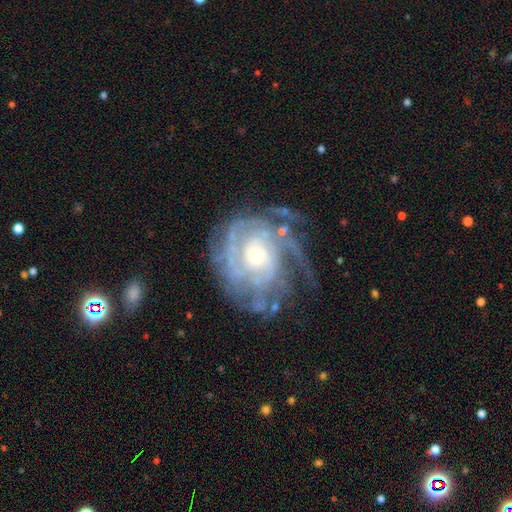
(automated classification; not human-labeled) Smooth or featured?
  - featured or disk: 87% *
  - smooth: 7%
  - star or artifact: 6%
Edge-on disk?
  - no: 97% *
  - yes: 3%
Bar?
  - no: 74% *
  - weak: 21%
  - strong: 6%
Spiral arms?
  - yes: 95% *
  - no: 5%
Spiral winding?
  - tight: 67% *
  - medium: 26%
  - loose: 7%
Spiral arm count?
  - can't tell: 33% *
  - 3: 19%
  - 2: 18%
  - 4: 14%
  - more than 4: 8%
  - 1: 7%
Bulge size?
  - small: 64% *
  - moderate: 32%
  - large: 3%
  - none: 1%
  - dominant: 1%
Merging?
  - none: 59% *
  - minor disturbance: 22%
  - major disturbance: 17%
  - merger: 3%